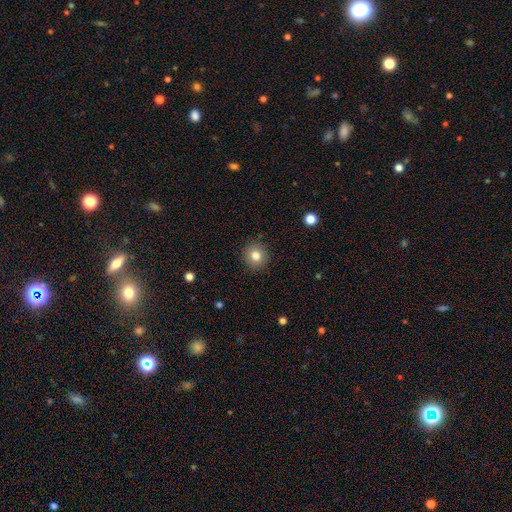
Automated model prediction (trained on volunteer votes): The model was most divided on "smooth or featured": smooth: 81%, star or artifact: 11%, featured or disk: 8%. More confident: merging — none (89%); how rounded — round (89%).